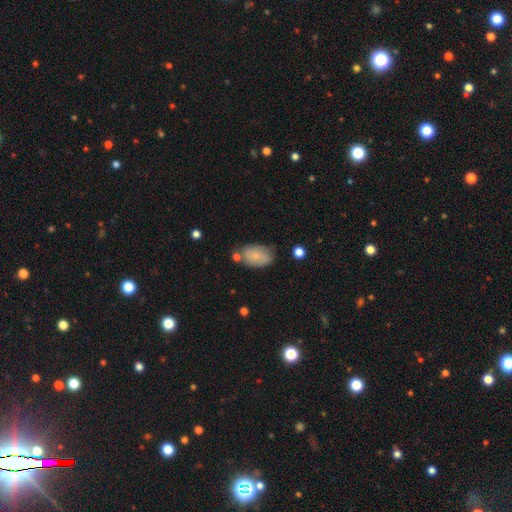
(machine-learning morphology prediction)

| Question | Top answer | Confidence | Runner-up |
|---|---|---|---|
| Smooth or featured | smooth | 71% | featured or disk (21%) |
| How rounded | in between | 89% | round (9%) |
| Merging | none | 64% | minor disturbance (23%) |